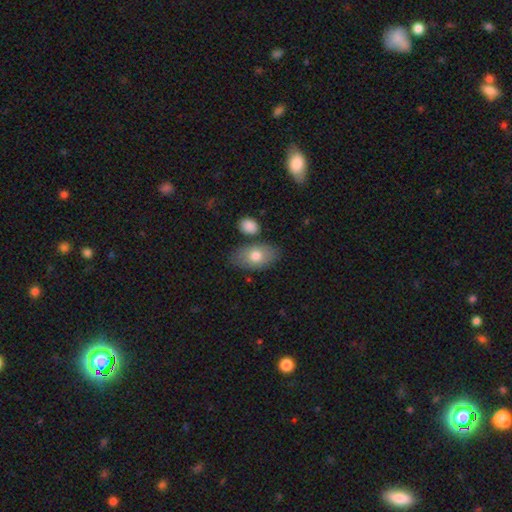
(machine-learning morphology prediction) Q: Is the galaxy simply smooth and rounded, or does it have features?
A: smooth — 75%.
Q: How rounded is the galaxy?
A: in between — 91%.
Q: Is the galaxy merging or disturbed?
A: none — 74%.